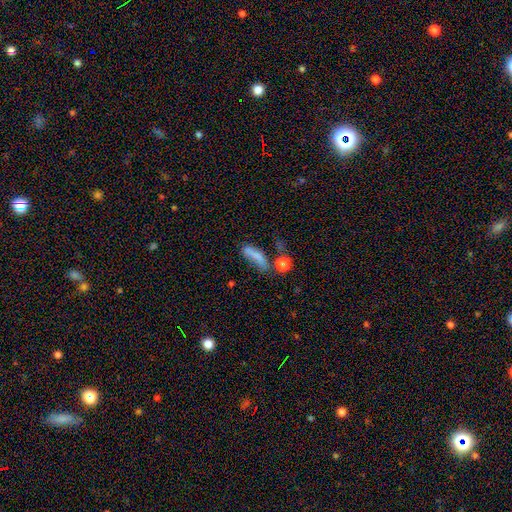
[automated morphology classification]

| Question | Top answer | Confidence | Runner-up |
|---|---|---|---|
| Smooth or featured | smooth | 70% | featured or disk (18%) |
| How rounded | cigar-shaped | 55% | in between (39%) |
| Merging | none | 39% | minor disturbance (24%) |